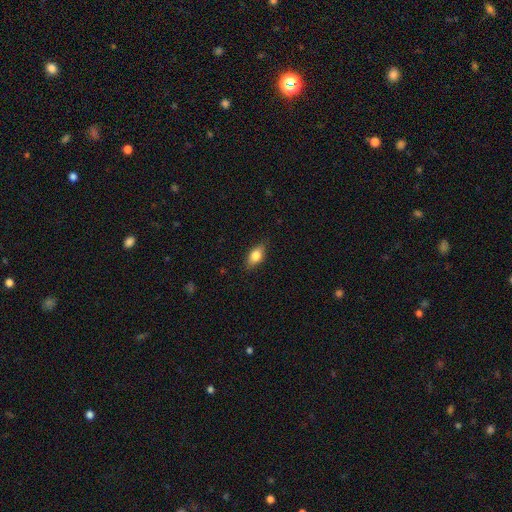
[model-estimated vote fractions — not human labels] This appears to be a smooth galaxy with no disk features (78%) that is in between round and cigar-shaped (84%). Merging: none (84%).